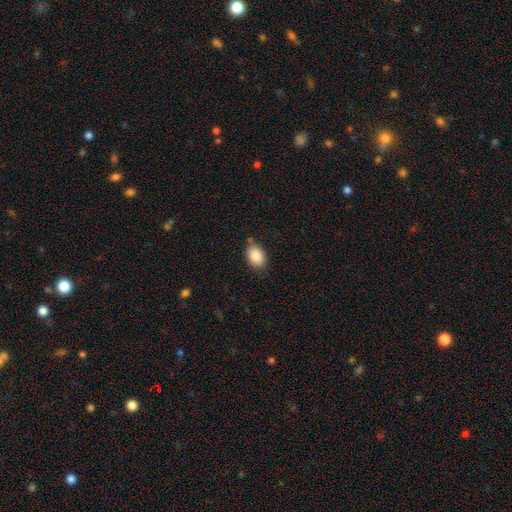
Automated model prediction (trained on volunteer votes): Smooth or featured: smooth — 87% (star or artifact — 8%)
How rounded: in between — 78% (round — 21%)
Merging: none — 78% (minor disturbance — 16%)